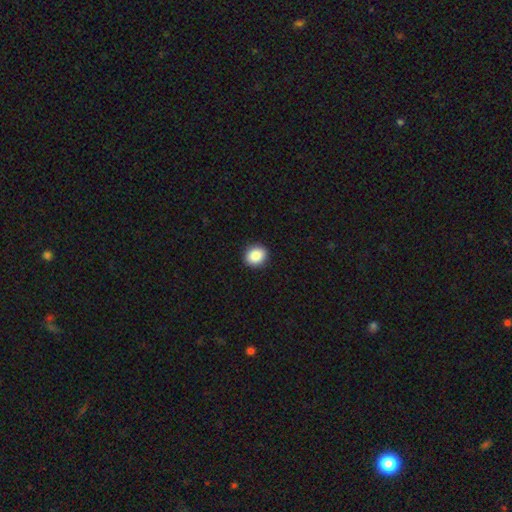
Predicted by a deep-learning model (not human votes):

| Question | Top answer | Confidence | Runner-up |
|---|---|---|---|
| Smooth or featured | smooth | 88% | star or artifact (8%) |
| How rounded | round | 67% | in between (32%) |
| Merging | none | 92% | minor disturbance (6%) |